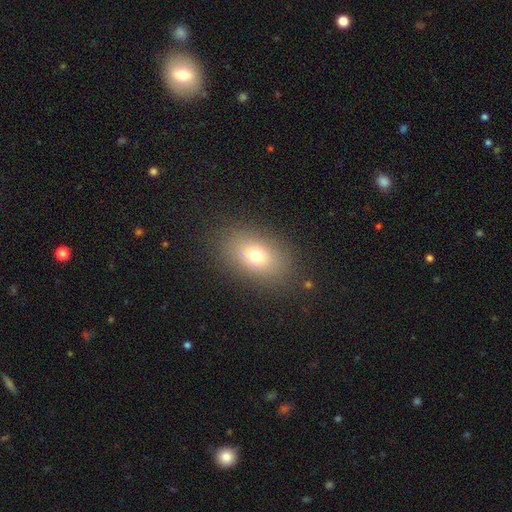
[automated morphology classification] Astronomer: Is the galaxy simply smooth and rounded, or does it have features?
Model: smooth — 72%.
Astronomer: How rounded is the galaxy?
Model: in between — 81%.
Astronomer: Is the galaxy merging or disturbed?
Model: none — 86%.